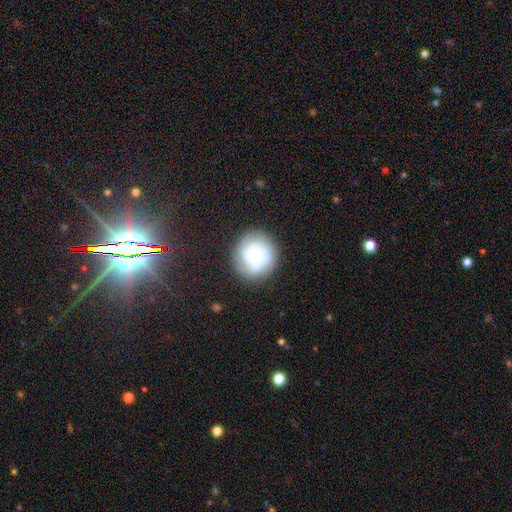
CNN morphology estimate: Smooth or featured: featured or disk — 64% (smooth — 28%)
Edge-on disk: no — 98% (yes — 2%)
Bar: no — 77% (weak — 19%)
Spiral arms: yes — 91% (no — 9%)
Spiral winding: tight — 64% (medium — 28%)
Spiral arm count: 3 — 30% (can't tell — 28%)
Bulge size: small — 62% (moderate — 25%)
Merging: none — 79% (minor disturbance — 13%)